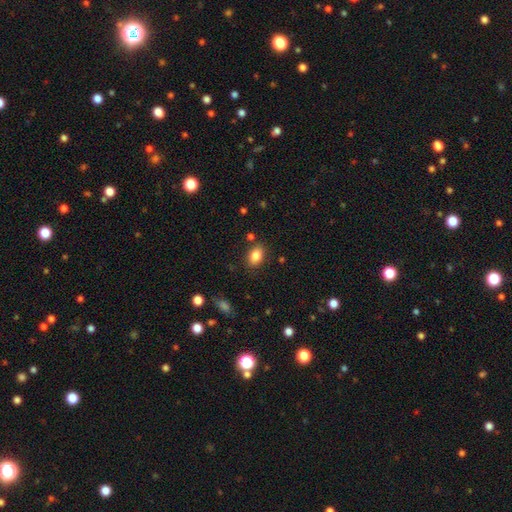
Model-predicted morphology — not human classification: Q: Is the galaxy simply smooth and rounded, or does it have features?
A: smooth — 84%.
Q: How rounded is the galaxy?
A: in between — 83%.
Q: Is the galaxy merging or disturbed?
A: none — 83%.